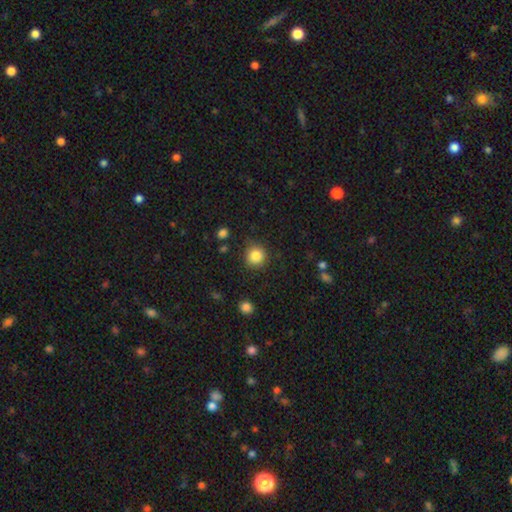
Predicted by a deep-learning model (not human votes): A smooth galaxy with no disk features (85%) that is round (91%).

Vote fractions:
- Smooth or featured? smooth: 85% / star or artifact: 10% / featured or disk: 5%
- How rounded? round: 91% / in between: 8% / cigar-shaped: 1%
- Merging? none: 86% / minor disturbance: 10% / major disturbance: 3% / merger: 2%